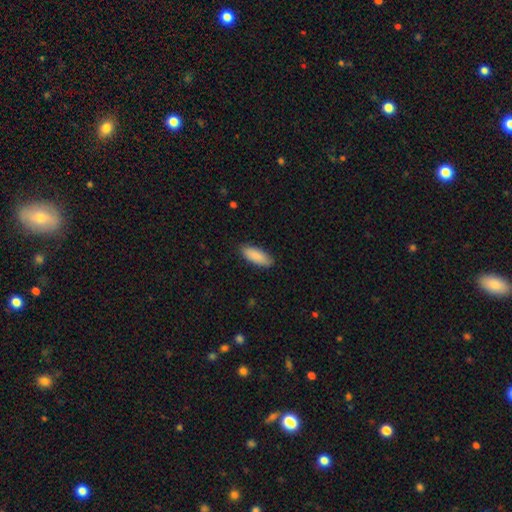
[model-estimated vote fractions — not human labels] smooth_or_featured: smooth (p=0.90) [alt: star or artifact p=0.05]
how_rounded: in between (p=0.77) [alt: cigar-shaped p=0.21]
merging: none (p=0.87) [alt: minor disturbance p=0.10]